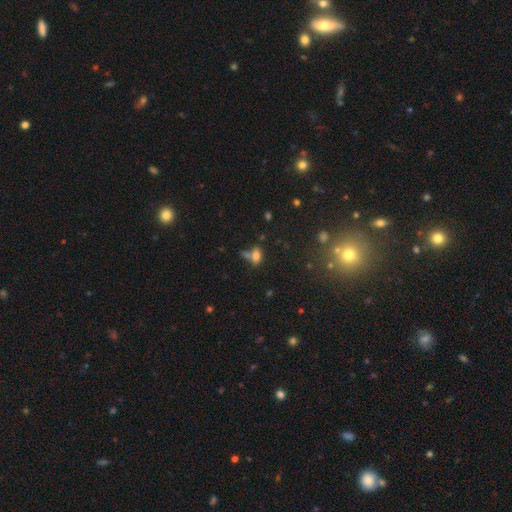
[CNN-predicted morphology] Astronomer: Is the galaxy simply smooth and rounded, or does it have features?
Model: smooth — 69%.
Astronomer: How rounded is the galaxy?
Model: in between — 81%.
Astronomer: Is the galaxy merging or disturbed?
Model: none — 41% (runner-up: merger, 32%).